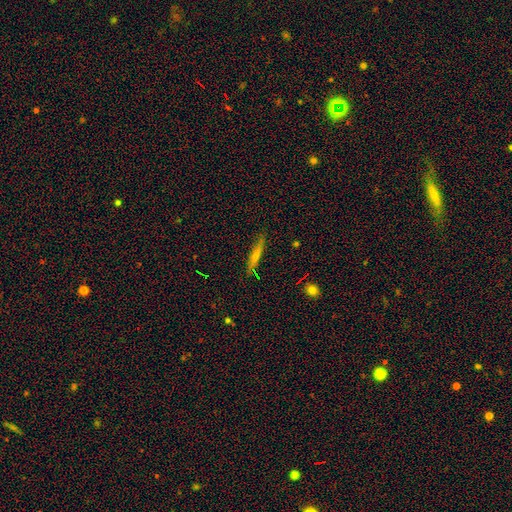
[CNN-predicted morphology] Smooth or featured?
  - smooth: 63% *
  - featured or disk: 28%
  - star or artifact: 9%
How rounded?
  - cigar-shaped: 90% *
  - in between: 8%
  - round: 2%
Merging?
  - none: 84% *
  - minor disturbance: 12%
  - major disturbance: 2%
  - merger: 2%